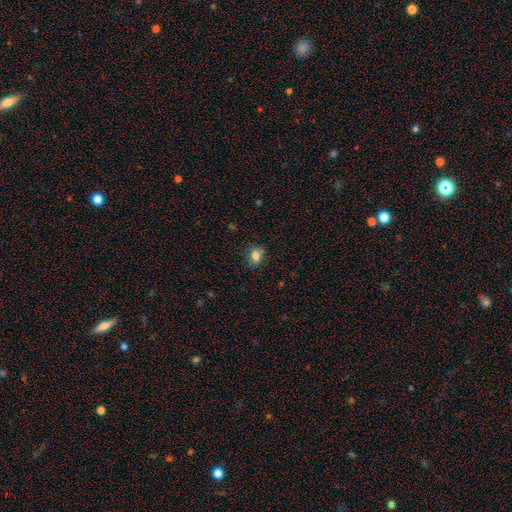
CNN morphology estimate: Overall: smooth (77%). How rounded: in between (50%; round 49%). Merging: none (77%).